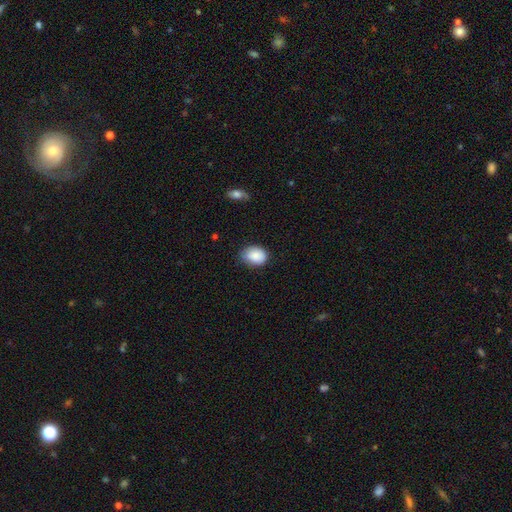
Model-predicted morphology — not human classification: Smooth or featured? smooth (87%)
How rounded? in between (62%)
Merging? none (69%)